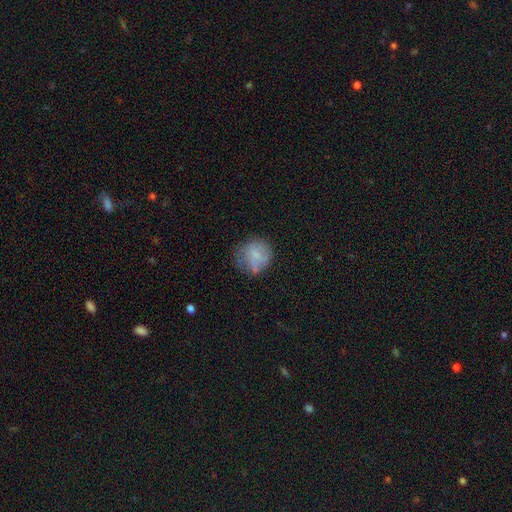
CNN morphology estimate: A smooth galaxy with no disk features (64%) that is round (79%).

Vote fractions:
- Smooth or featured? smooth: 64% / featured or disk: 26% / star or artifact: 10%
- How rounded? round: 79% / in between: 20% / cigar-shaped: 1%
- Merging? none: 50% / minor disturbance: 29% / major disturbance: 17% / merger: 4%